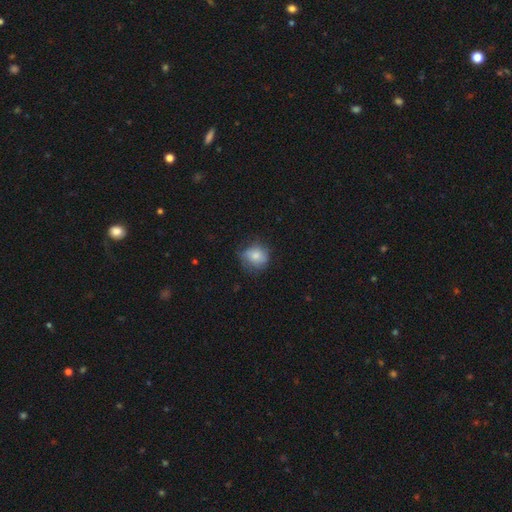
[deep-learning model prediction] Smooth or featured? Predicted: smooth (p=0.78). How rounded? Predicted: round (p=0.73). Merging? Predicted: none (p=0.61).